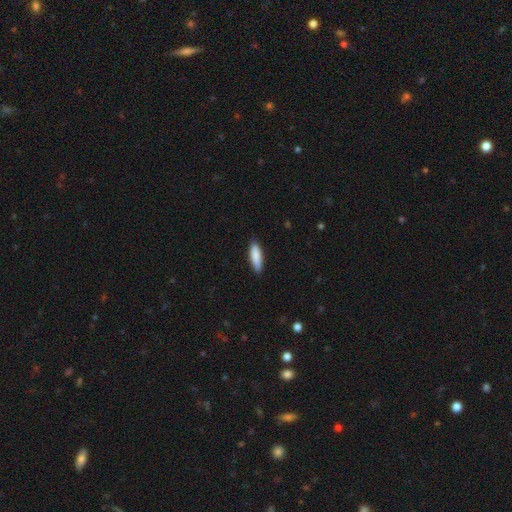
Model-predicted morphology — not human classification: Overall: smooth (86%). How rounded: cigar-shaped (61%; in between 37%). Merging: none (88%).